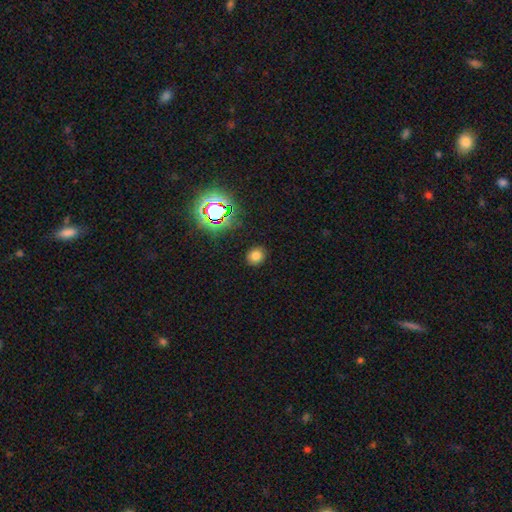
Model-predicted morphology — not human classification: smooth 74%, star or artifact 19%, featured or disk 7%. Down the decision tree: how rounded — round (73%); merging — none (88%).